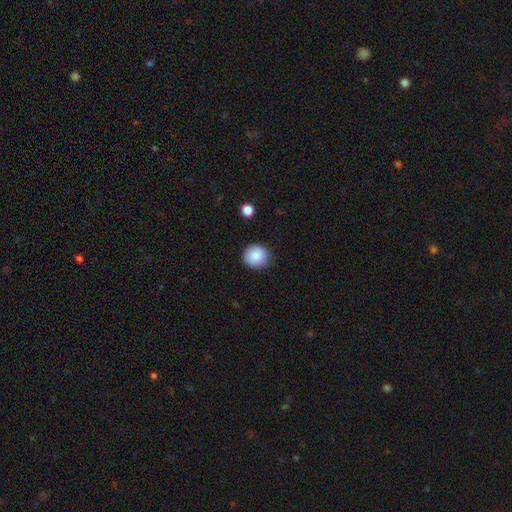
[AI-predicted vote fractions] Smooth or featured?
  - smooth: 88% *
  - star or artifact: 8%
  - featured or disk: 4%
How rounded?
  - round: 88% *
  - in between: 11%
  - cigar-shaped: 1%
Merging?
  - none: 88% *
  - minor disturbance: 9%
  - major disturbance: 2%
  - merger: 1%